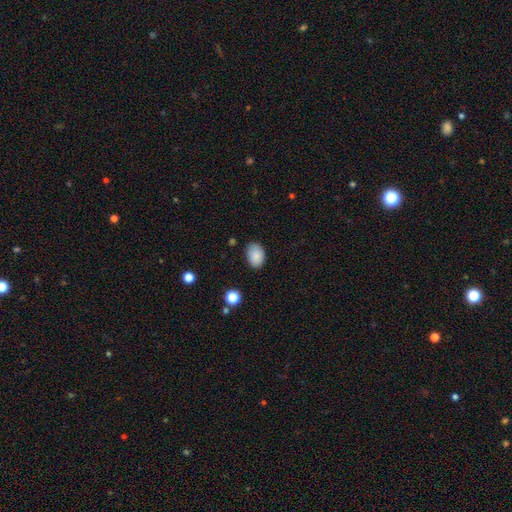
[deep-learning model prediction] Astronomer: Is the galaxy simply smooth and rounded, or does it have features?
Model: smooth — 87%.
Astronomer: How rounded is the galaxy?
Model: in between — 82%.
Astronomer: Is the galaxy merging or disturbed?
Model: none — 79%.